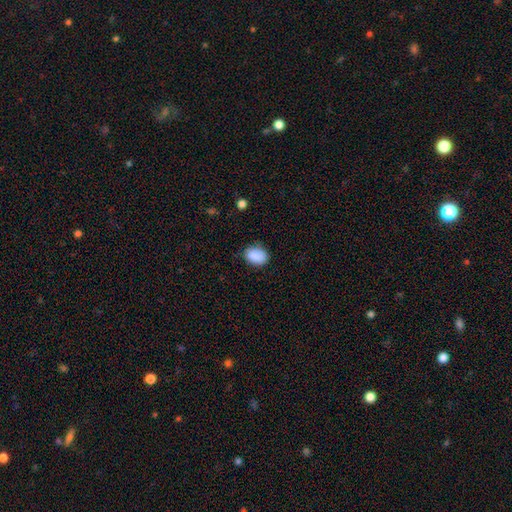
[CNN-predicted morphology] Smooth or featured?
  - smooth: 88% *
  - star or artifact: 8%
  - featured or disk: 4%
How rounded?
  - in between: 71% *
  - round: 28%
  - cigar-shaped: 1%
Merging?
  - none: 75% *
  - minor disturbance: 19%
  - major disturbance: 4%
  - merger: 2%